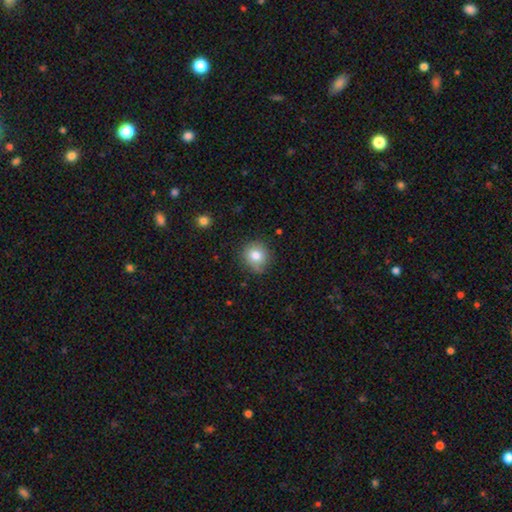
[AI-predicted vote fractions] smooth_or_featured: smooth (p=0.80) [alt: star or artifact p=0.10]
how_rounded: round (p=0.88) [alt: in between p=0.11]
merging: none (p=0.80) [alt: minor disturbance p=0.15]